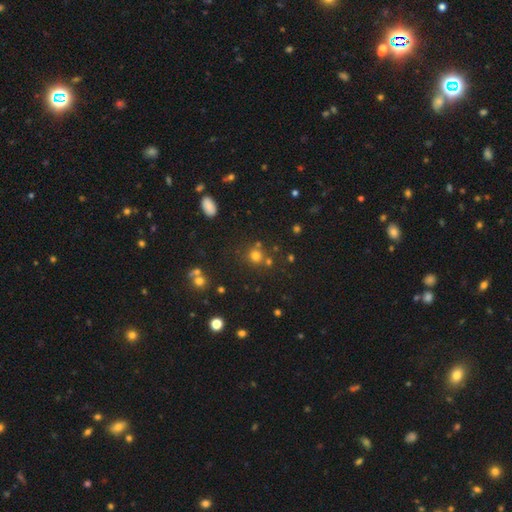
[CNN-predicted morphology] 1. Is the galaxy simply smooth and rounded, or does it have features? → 70% smooth, 21% star or artifact, 9% featured or disk.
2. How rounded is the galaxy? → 89% round, 10% in between, 1% cigar-shaped.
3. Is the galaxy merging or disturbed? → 69% none, 16% merger, 10% minor disturbance, 4% major disturbance.